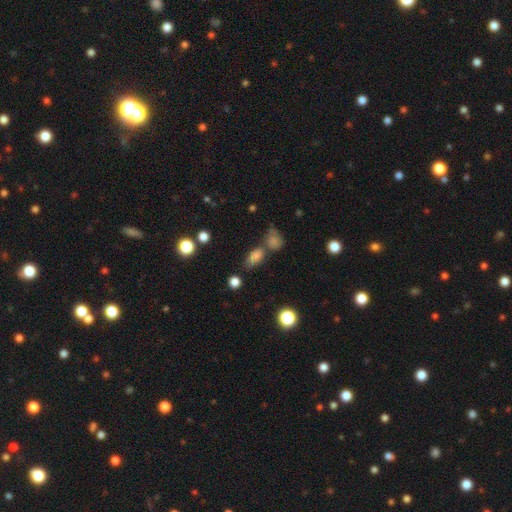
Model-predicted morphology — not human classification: smooth 74%, star or artifact 16%, featured or disk 10%. Down the decision tree: how rounded — in between (79%); merging — none (54%).